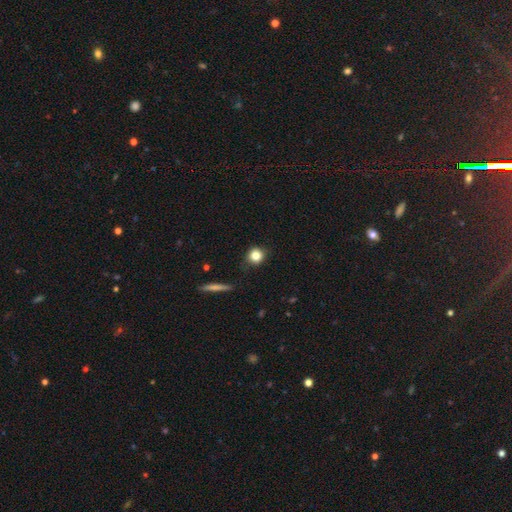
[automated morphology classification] Smooth or featured? Predicted: smooth (p=0.81). How rounded? Predicted: round (p=0.88). Merging? Predicted: none (p=0.85).